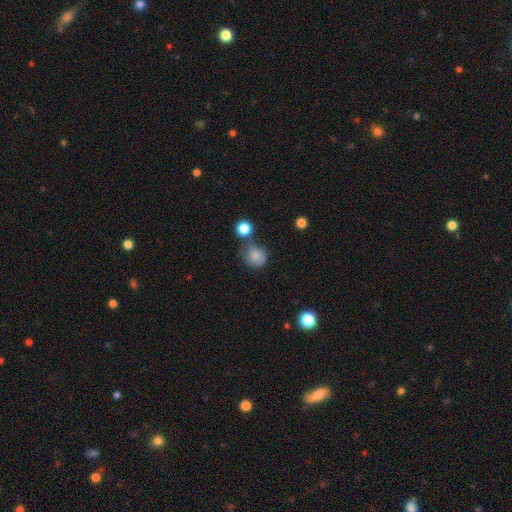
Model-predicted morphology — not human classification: Overall: smooth (81%). How rounded: round (79%). Merging: none (53%; minor disturbance 22%).